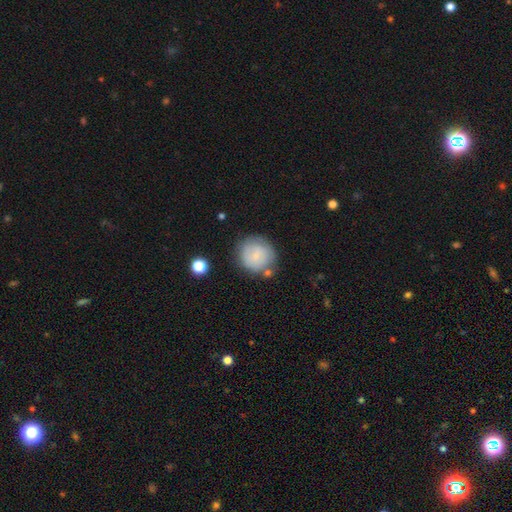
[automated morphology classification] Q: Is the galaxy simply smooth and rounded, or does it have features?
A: smooth — 76%.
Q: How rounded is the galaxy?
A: round — 91%.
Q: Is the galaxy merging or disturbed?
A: none — 70%.